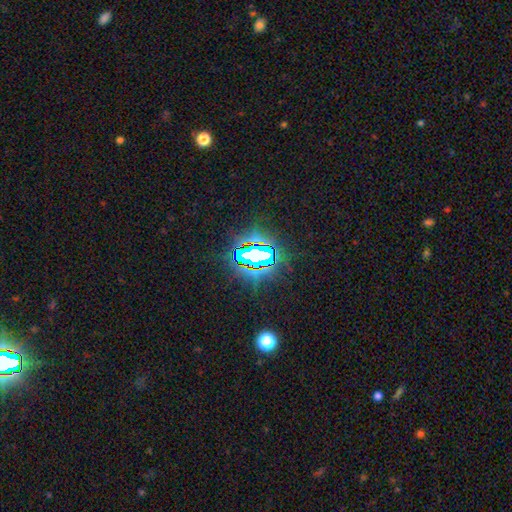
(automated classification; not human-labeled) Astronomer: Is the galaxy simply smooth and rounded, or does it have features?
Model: star or artifact — 76%.